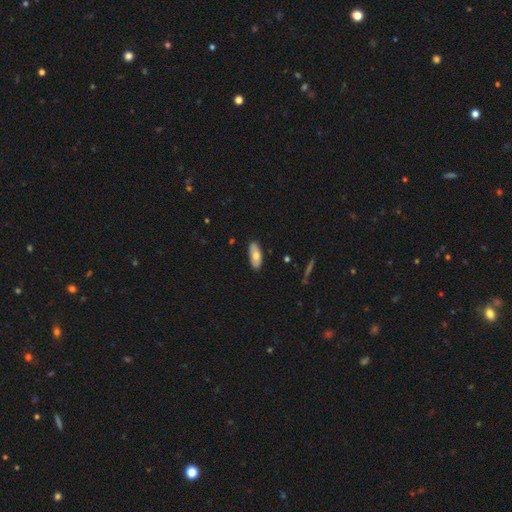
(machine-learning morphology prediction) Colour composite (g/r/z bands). It shows a smooth galaxy with no disk features (68%) that is in between round and cigar-shaped (83%). Merging: none (85%).